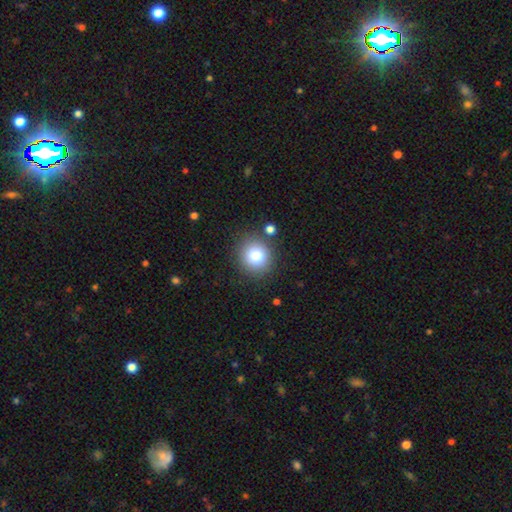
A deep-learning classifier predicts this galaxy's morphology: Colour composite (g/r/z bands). It shows a smooth galaxy with no disk features (77%) that is round (91%). Merging: none (85%).